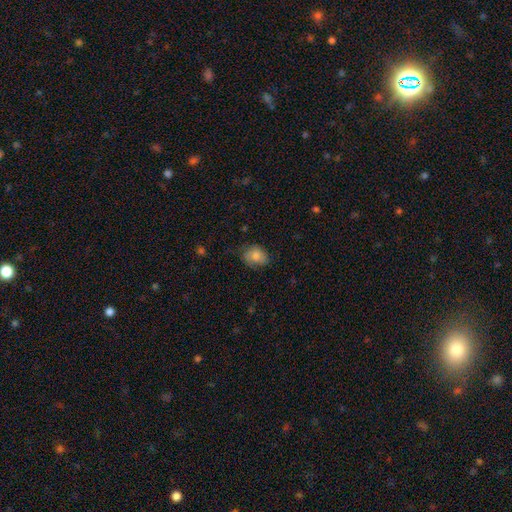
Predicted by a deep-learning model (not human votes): Smooth or featured?
  - smooth: 81% *
  - featured or disk: 11%
  - star or artifact: 8%
How rounded?
  - in between: 64% *
  - round: 35%
  - cigar-shaped: 1%
Merging?
  - none: 66% *
  - minor disturbance: 26%
  - major disturbance: 7%
  - merger: 1%